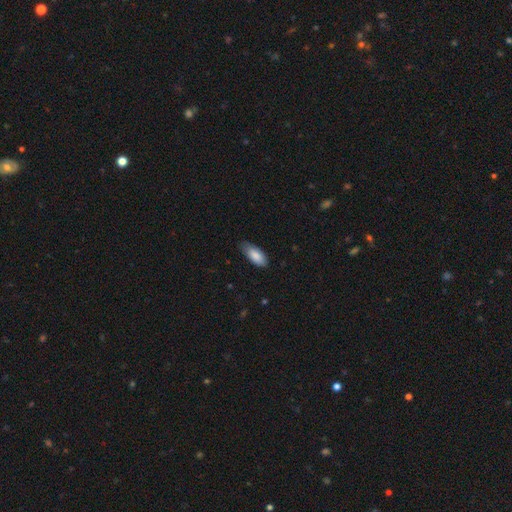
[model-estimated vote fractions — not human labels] Smooth or featured?
  - smooth: 85% *
  - featured or disk: 9%
  - star or artifact: 6%
How rounded?
  - in between: 85% *
  - cigar-shaped: 13%
  - round: 2%
Merging?
  - none: 70% *
  - minor disturbance: 25%
  - major disturbance: 4%
  - merger: 1%